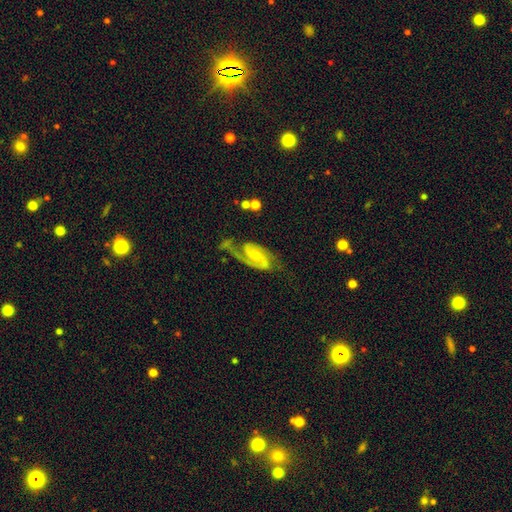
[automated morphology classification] Overall: featured or disk (88%). Edge-on disk: no (97%). Bar: no (46%; weak 40%). Spiral arms: yes (97%). Spiral arm count: 2 (82%). Spiral winding: medium (51%; tight 31%). Bulge size: small (54%; moderate 35%). Merging: none (55%; minor disturbance 22%).